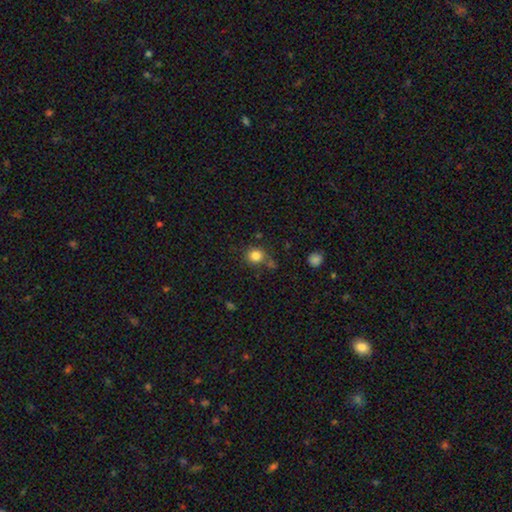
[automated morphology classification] smooth 83%, star or artifact 12%, featured or disk 6%. Down the decision tree: how rounded — round (88%); merging — none (72%).